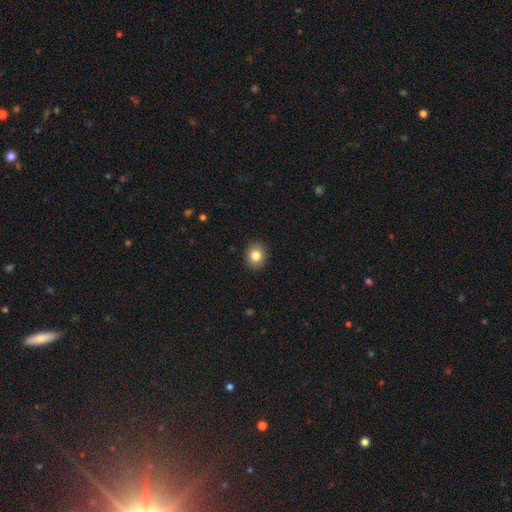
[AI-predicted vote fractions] Smooth or featured? Predicted: smooth (p=0.83). How rounded? Predicted: round (p=0.64). Merging? Predicted: none (p=0.91).